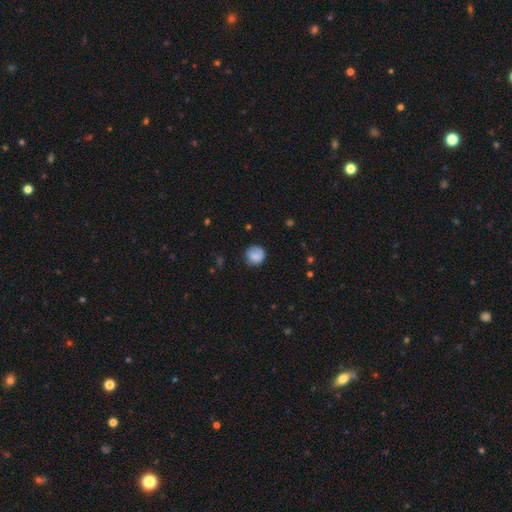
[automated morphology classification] smooth-or-featured: smooth: 84% | star or artifact: 8% | featured or disk: 8%
  how-rounded: round: 90% | in between: 9% | cigar-shaped: 1%
  merging: none: 77% | minor disturbance: 17% | major disturbance: 4% | merger: 1%